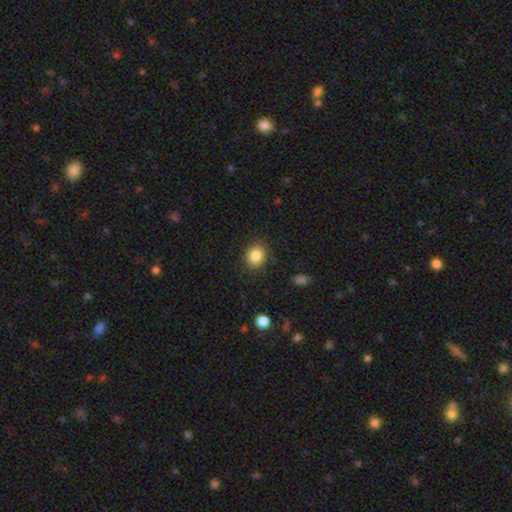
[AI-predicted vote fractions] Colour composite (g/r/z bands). It shows a smooth galaxy with no disk features (85%) that is round (62%). Merging: none (87%).